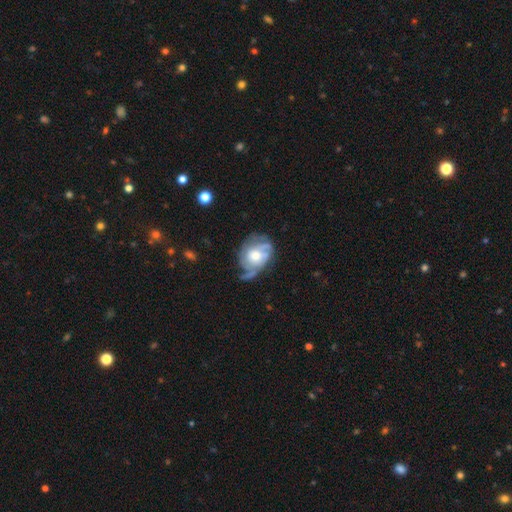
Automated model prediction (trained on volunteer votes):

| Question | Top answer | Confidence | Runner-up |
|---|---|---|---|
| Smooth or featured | featured or disk | 72% | smooth (22%) |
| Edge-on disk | no | 97% | yes (3%) |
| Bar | no | 72% | weak (24%) |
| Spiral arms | yes | 83% | no (17%) |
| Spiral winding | tight | 40% | medium (37%) |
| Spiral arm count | can't tell | 34% | 2 (28%) |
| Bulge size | moderate | 61% | small (18%) |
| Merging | none | 45% | minor disturbance (28%) |